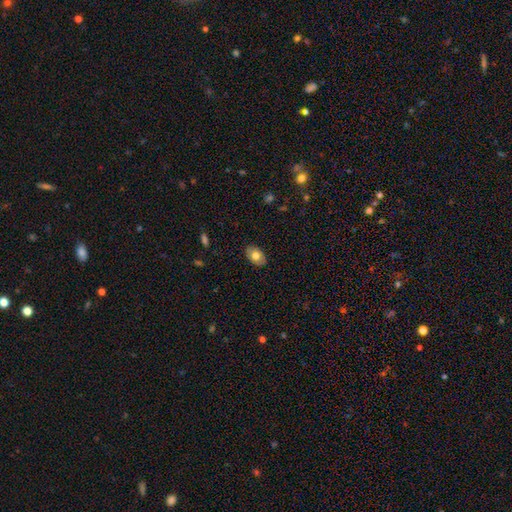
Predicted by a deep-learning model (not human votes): Overall: smooth (72%). How rounded: in between (86%). Merging: none (87%).